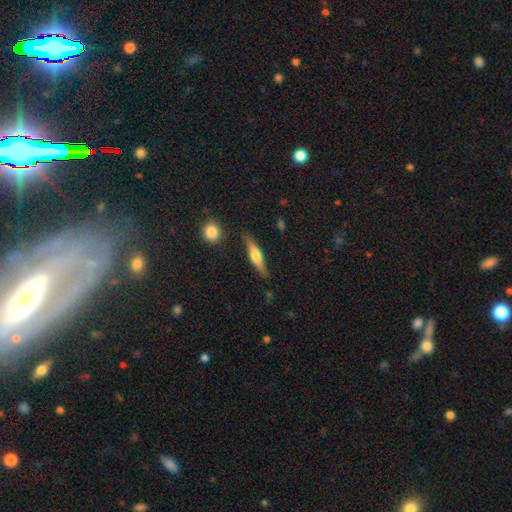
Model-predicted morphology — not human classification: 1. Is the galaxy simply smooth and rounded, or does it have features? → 57% featured or disk, 37% smooth, 6% star or artifact.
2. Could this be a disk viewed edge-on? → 94% yes, 6% no.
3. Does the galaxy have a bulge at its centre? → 88% rounded, 8% boxy, 4% none.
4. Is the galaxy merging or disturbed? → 83% none, 12% minor disturbance, 3% major disturbance, 3% merger.